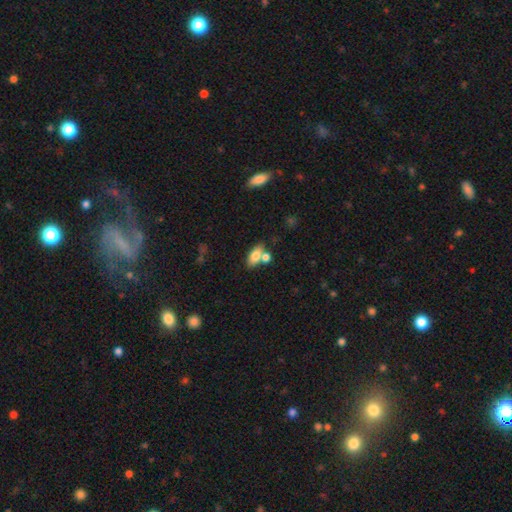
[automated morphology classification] smooth-or-featured: smooth: 75% | featured or disk: 17% | star or artifact: 8%
  how-rounded: in between: 84% | cigar-shaped: 10% | round: 6%
  merging: none: 53% | merger: 31% | minor disturbance: 12% | major disturbance: 4%